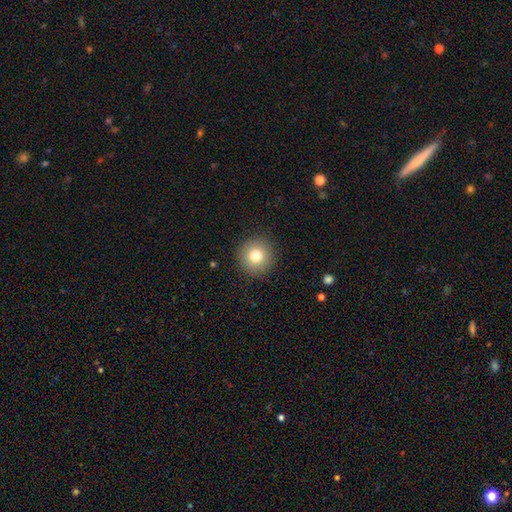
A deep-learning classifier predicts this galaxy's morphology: Smooth or featured: smooth — 79% (star or artifact — 11%)
How rounded: round — 95% (in between — 4%)
Merging: none — 91% (minor disturbance — 6%)